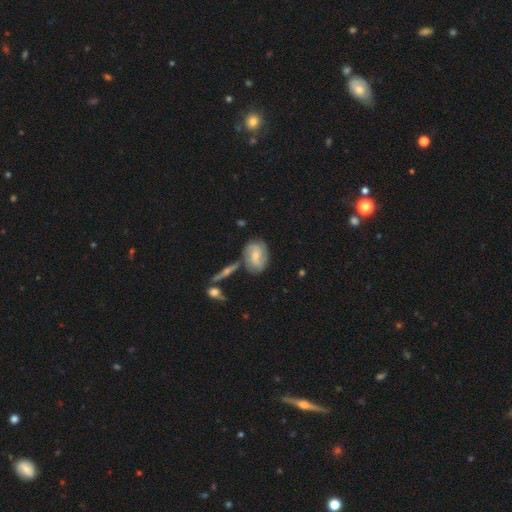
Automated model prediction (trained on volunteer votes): Smooth or featured? featured or disk (70%)
Edge-on disk? no (95%)
Bar? no (53%)
Spiral arms? yes (91%)
Spiral winding? medium (43%)
Spiral arm count? 2 (43%)
Bulge size? small (55%)
Merging? none (67%)